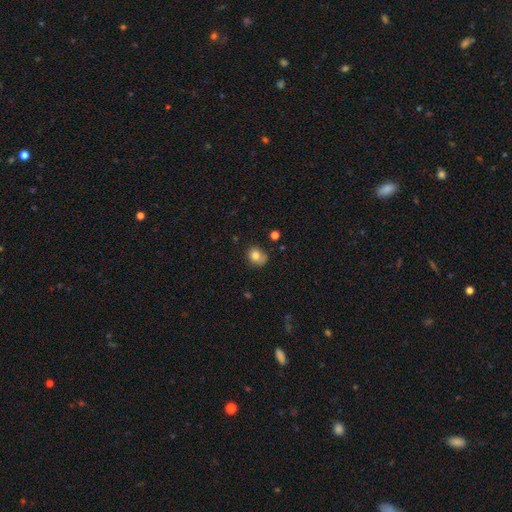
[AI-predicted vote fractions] smooth_or_featured: smooth (p=0.78) [alt: featured or disk p=0.11]
how_rounded: round (p=0.67) [alt: in between p=0.33]
merging: none (p=0.60) [alt: minor disturbance p=0.28]